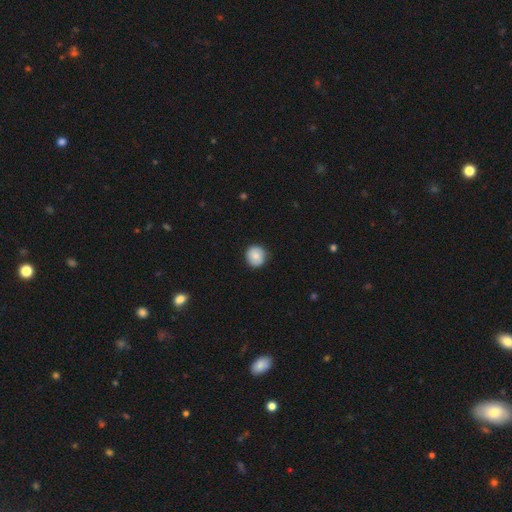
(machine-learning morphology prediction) A smooth galaxy with no disk features (78%) that is round (89%).

Vote fractions:
- Smooth or featured? smooth: 78% / featured or disk: 15% / star or artifact: 7%
- How rounded? round: 89% / in between: 10% / cigar-shaped: 1%
- Merging? none: 84% / minor disturbance: 13% / major disturbance: 2% / merger: 1%